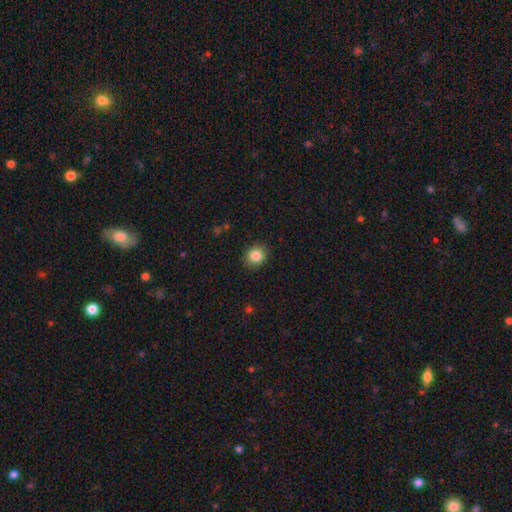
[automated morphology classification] Smooth or featured?
  - smooth: 85% *
  - star or artifact: 9%
  - featured or disk: 5%
How rounded?
  - round: 68% *
  - in between: 31%
  - cigar-shaped: 1%
Merging?
  - none: 88% *
  - minor disturbance: 9%
  - major disturbance: 2%
  - merger: 1%